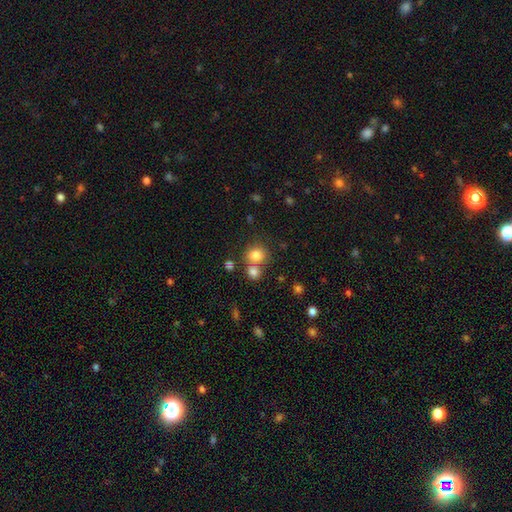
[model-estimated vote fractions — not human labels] Overall: smooth (80%). How rounded: round (85%). Merging: none (60%; merger 29%).